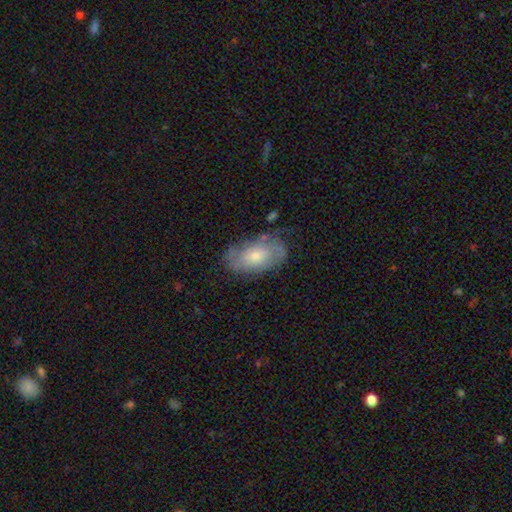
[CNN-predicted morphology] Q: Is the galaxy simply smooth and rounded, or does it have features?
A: featured or disk — 52%.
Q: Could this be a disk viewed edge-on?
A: no — 93%.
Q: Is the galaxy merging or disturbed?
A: none — 64%.